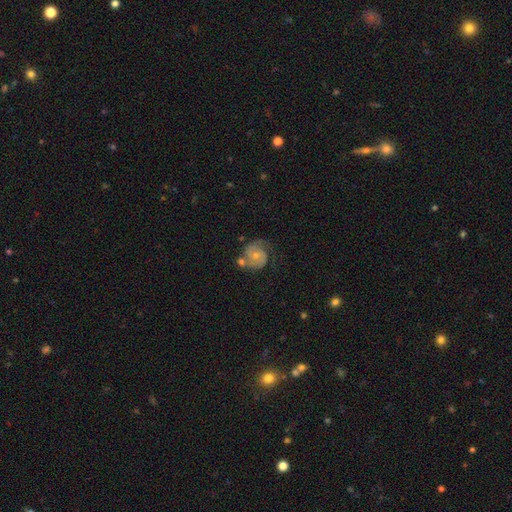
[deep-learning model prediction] featured or disk 74%, smooth 19%, star or artifact 7%. Down the decision tree: edge-on disk — no (98%); bar — no (74%); spiral arms — yes (93%); spiral arm count — 2 (77%); spiral winding — medium (42%); bulge size — small (61%); merging — none (51%).